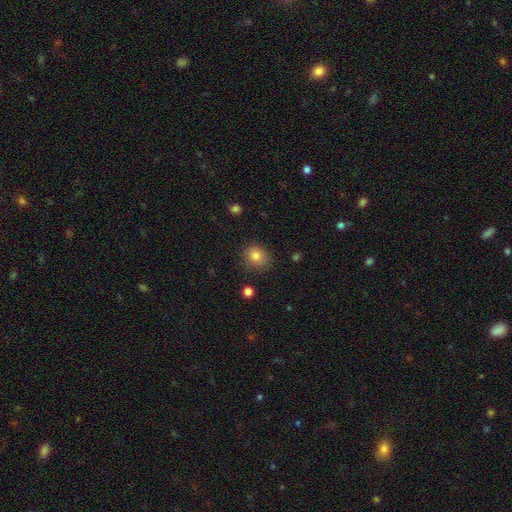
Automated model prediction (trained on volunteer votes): smooth_or_featured: smooth (p=0.82) [alt: star or artifact p=0.11]
how_rounded: round (p=0.79) [alt: in between p=0.20]
merging: none (p=0.84) [alt: minor disturbance p=0.11]